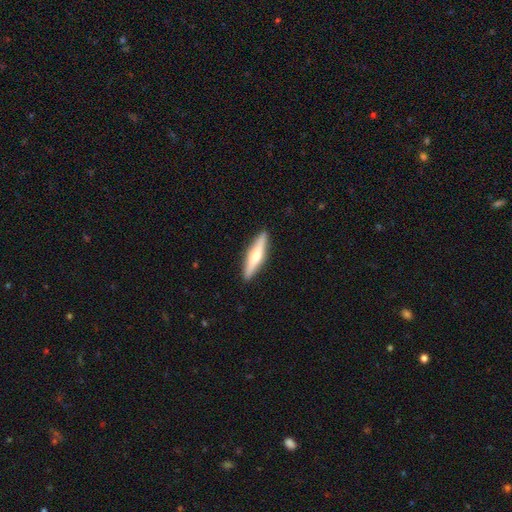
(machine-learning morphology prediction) type=smooth (50%); roundness=cigar-shaped (82%); merging=none (91%).